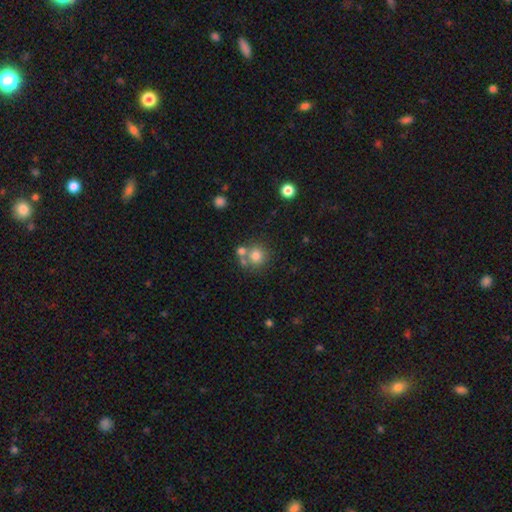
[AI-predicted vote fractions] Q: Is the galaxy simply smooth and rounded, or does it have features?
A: smooth — 74%.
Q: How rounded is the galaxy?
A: round — 90%.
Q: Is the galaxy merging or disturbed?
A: none — 59%.